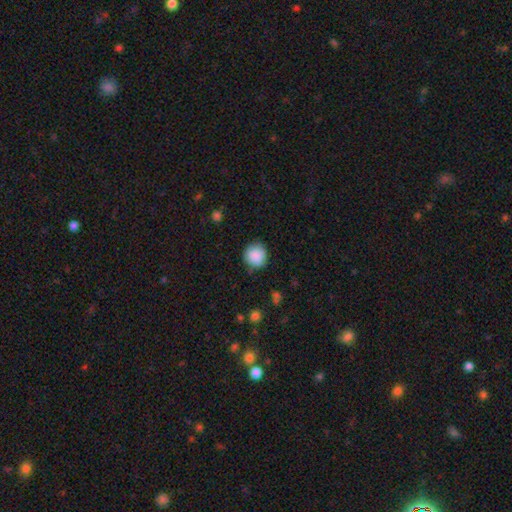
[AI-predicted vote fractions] This appears to be a smooth galaxy with no disk features (88%) that is round (91%). Merging: none (84%).